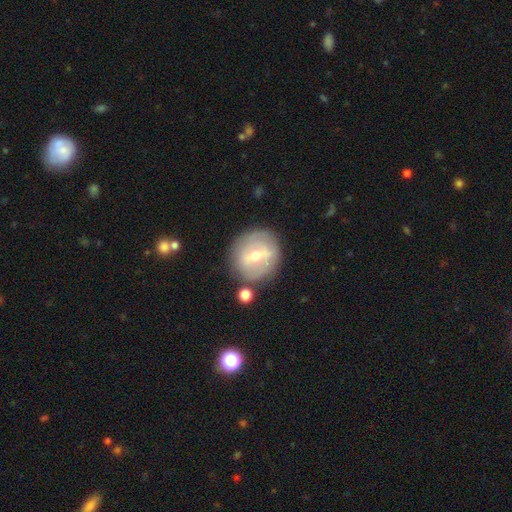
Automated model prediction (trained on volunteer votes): Morphology: type=featured or disk (60%); edge-on=no (92%); bar=weak (47%); spiral arms=no (58%); bulge=moderate (66%); merging=none (79%).